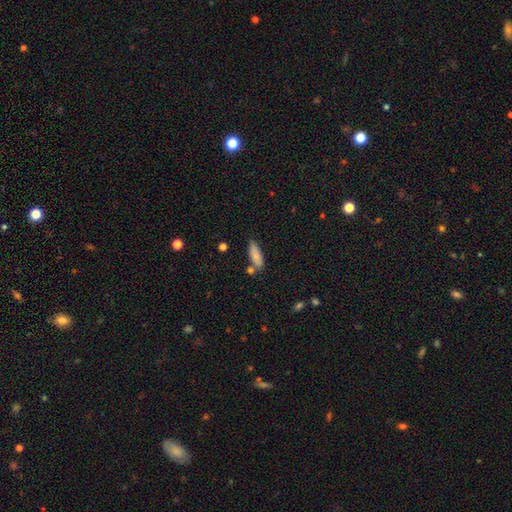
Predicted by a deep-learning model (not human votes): smooth-or-featured: smooth: 82% | featured or disk: 11% | star or artifact: 7%
  how-rounded: in between: 61% | cigar-shaped: 37% | round: 2%
  merging: none: 70% | minor disturbance: 16% | merger: 10% | major disturbance: 4%